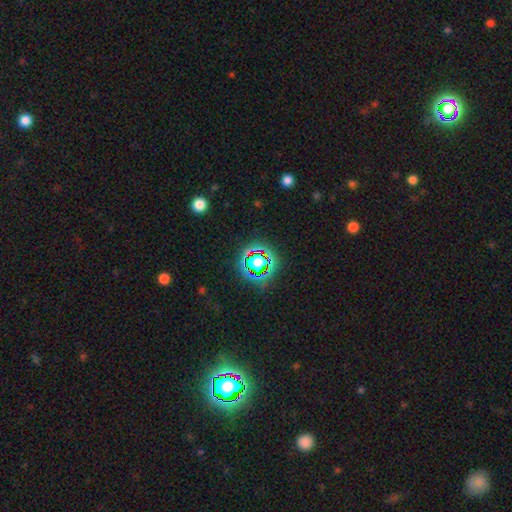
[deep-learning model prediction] star or artifact 79%, smooth 13%, featured or disk 8%.